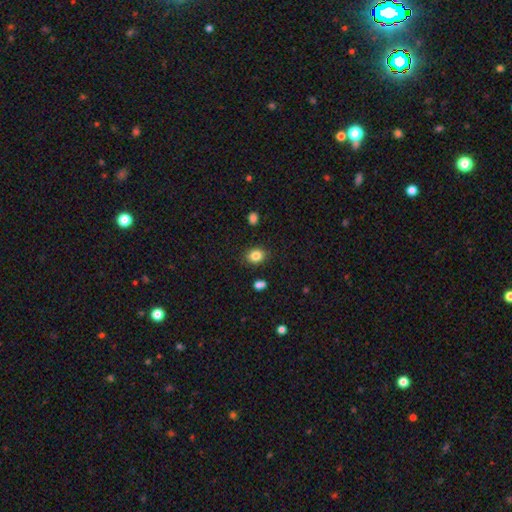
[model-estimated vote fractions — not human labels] A smooth galaxy with no disk features (84%) that is round (52%). Merging: none (87%).